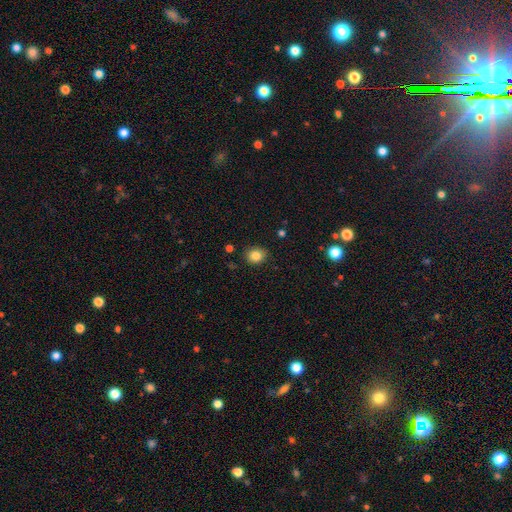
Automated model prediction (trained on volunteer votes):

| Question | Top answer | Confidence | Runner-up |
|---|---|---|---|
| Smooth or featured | smooth | 84% | star or artifact (11%) |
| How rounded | round | 74% | in between (25%) |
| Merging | none | 87% | minor disturbance (9%) |